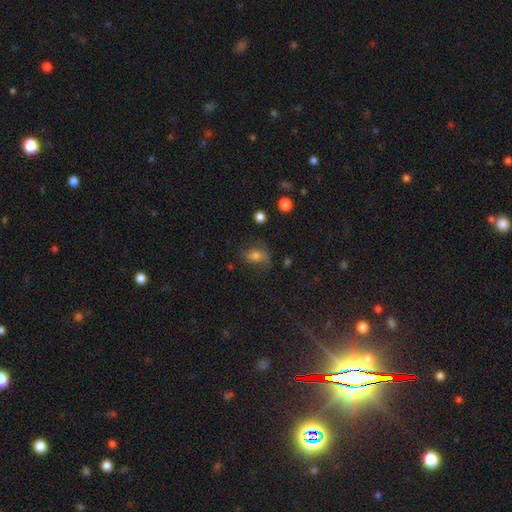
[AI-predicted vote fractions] Smooth or featured?
  - smooth: 55% *
  - featured or disk: 28%
  - star or artifact: 17%
How rounded?
  - in between: 70% *
  - round: 27%
  - cigar-shaped: 3%
Merging?
  - none: 58% *
  - minor disturbance: 24%
  - major disturbance: 16%
  - merger: 2%